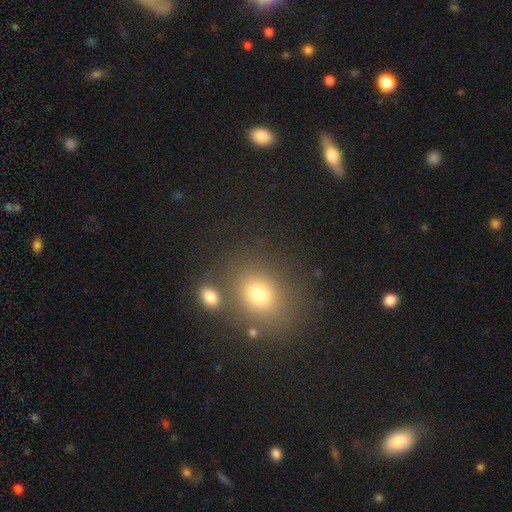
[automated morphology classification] Smooth or featured? Predicted: smooth (p=0.63). How rounded? Predicted: round (p=0.75). Merging? Predicted: none (p=0.81).